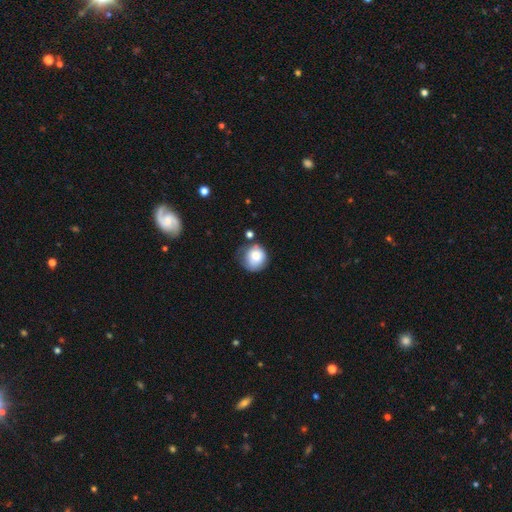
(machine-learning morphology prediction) type=smooth (77%); roundness=round (87%); merging=none (50%).